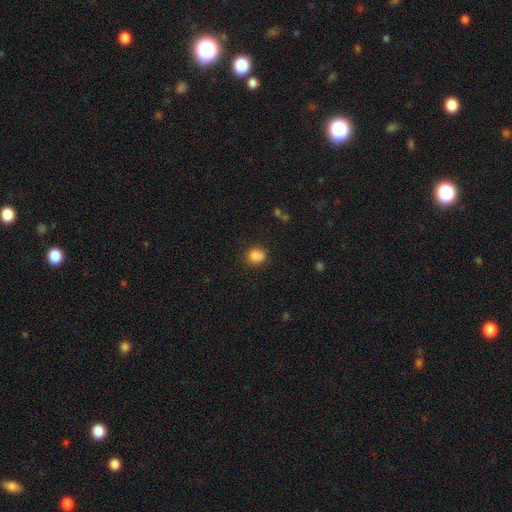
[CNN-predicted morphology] smooth_or_featured: smooth (p=0.82) [alt: star or artifact p=0.11]
how_rounded: round (p=0.75) [alt: in between p=0.24]
merging: none (p=0.64) [alt: minor disturbance p=0.20]